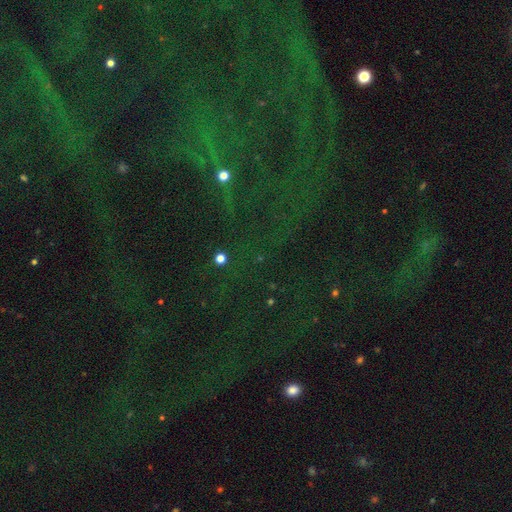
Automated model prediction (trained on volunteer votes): Smooth or featured? Predicted: star or artifact (p=0.81).